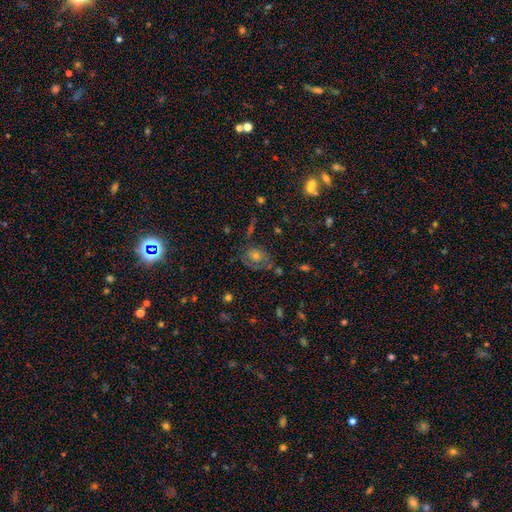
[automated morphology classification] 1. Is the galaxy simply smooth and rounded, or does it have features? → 39% featured or disk, 33% smooth, 28% star or artifact.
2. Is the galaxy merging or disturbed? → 57% none, 22% minor disturbance, 15% major disturbance, 5% merger.